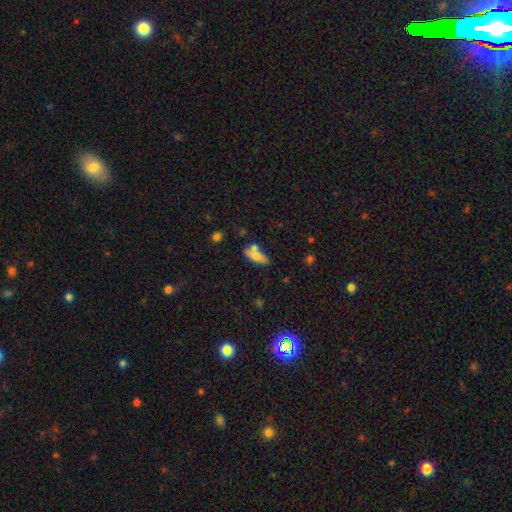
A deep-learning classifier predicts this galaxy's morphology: Smooth or featured: smooth — 71% (featured or disk — 21%)
How rounded: in between — 63% (cigar-shaped — 34%)
Merging: none — 59% (merger — 20%)